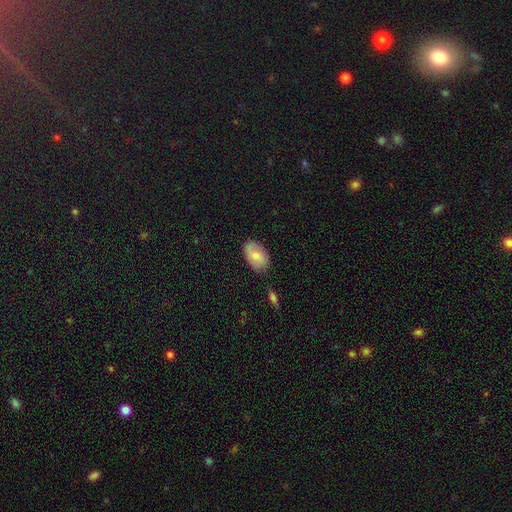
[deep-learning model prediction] A smooth galaxy with no disk features (72%) that is in between round and cigar-shaped (91%).

Vote fractions:
- Smooth or featured? smooth: 72% / featured or disk: 21% / star or artifact: 6%
- How rounded? in between: 91% / round: 7% / cigar-shaped: 1%
- Merging? none: 74% / minor disturbance: 19% / major disturbance: 4% / merger: 3%